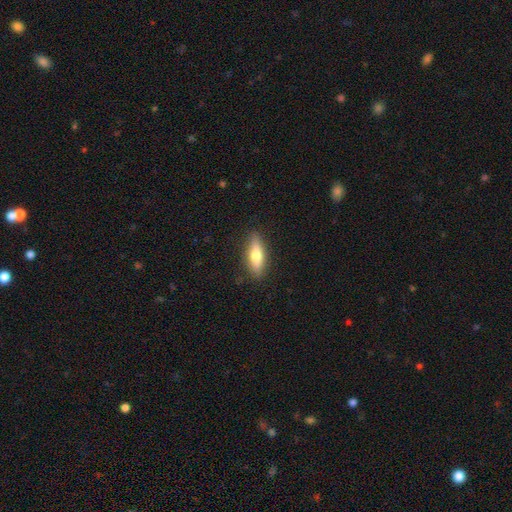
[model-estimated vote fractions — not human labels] smooth-or-featured: smooth: 59% | featured or disk: 35% | star or artifact: 6%
  how-rounded: cigar-shaped: 55% | in between: 42% | round: 2%
  merging: none: 87% | minor disturbance: 9% | major disturbance: 2% | merger: 1%